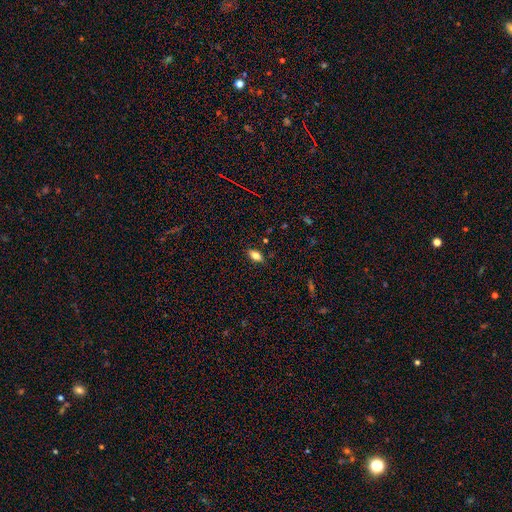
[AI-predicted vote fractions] Overall: smooth (77%). How rounded: in between (87%). Merging: none (86%).